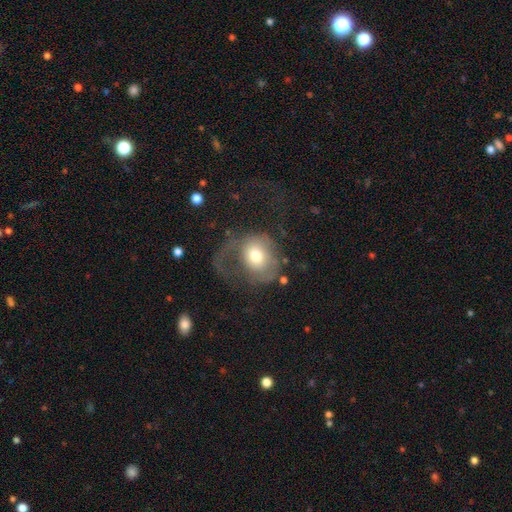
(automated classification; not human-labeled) Smooth or featured? smooth (58%)
How rounded? round (61%)
Merging? major disturbance (58%)